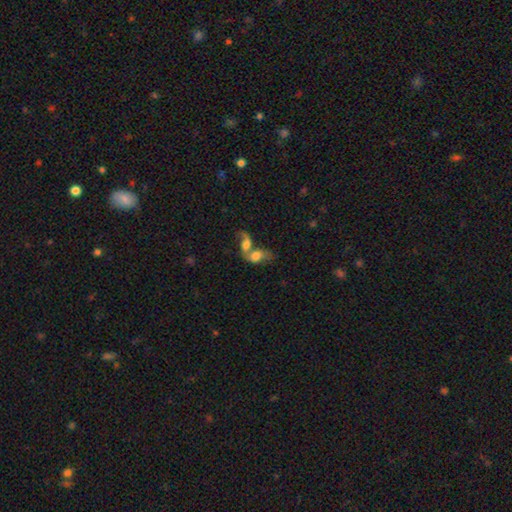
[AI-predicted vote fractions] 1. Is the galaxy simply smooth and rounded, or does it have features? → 57% smooth, 34% featured or disk, 10% star or artifact.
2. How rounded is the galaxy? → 80% in between, 16% round, 5% cigar-shaped.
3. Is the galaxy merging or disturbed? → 81% merger, 9% none, 6% major disturbance, 4% minor disturbance.